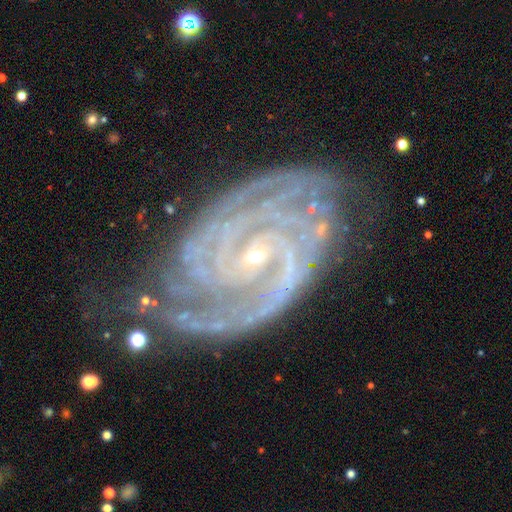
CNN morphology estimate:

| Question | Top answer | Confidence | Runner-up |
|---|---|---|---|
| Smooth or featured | featured or disk | 92% | star or artifact (5%) |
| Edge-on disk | no | 97% | yes (3%) |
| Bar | no | 48% | weak (34%) |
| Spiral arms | yes | 99% | no (1%) |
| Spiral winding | tight | 76% | medium (21%) |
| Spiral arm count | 2 | 28% | 3 (21%) |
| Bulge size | small | 81% | moderate (16%) |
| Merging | none | 65% | minor disturbance (23%) |